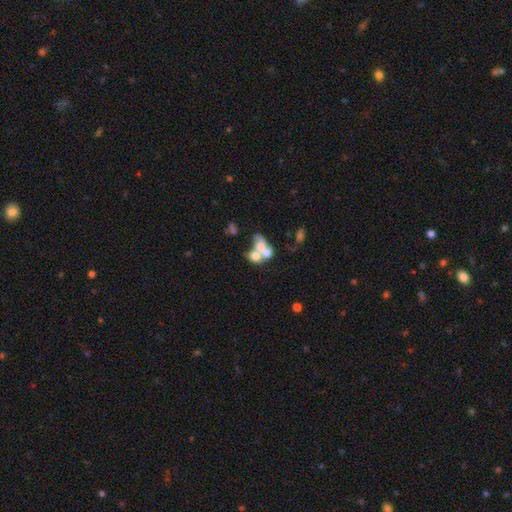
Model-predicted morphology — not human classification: This is possibly a smooth galaxy (51%). How rounded: likely in between (64%). Merging: likely merger (68%).